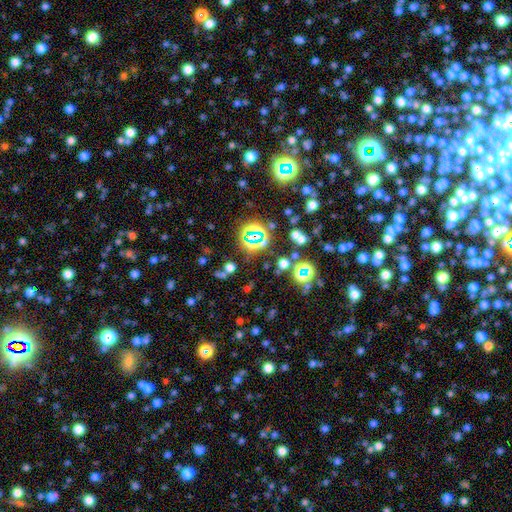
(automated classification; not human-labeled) smooth_or_featured: star or artifact (p=0.72) [alt: smooth p=0.19]